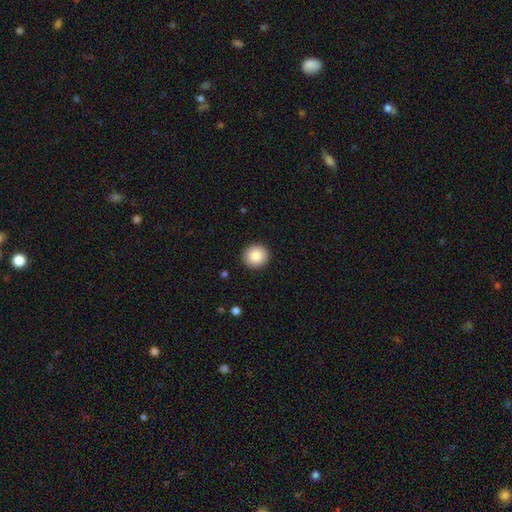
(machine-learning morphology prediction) Smooth or featured? smooth (88%)
How rounded? round (92%)
Merging? none (92%)